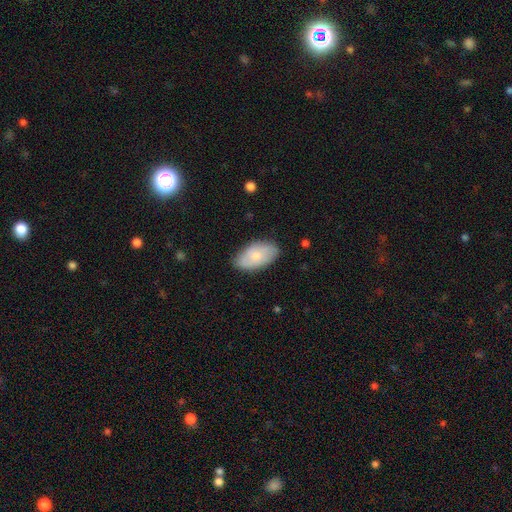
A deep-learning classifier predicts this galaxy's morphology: Smooth or featured? smooth (72%)
How rounded? in between (94%)
Merging? none (79%)